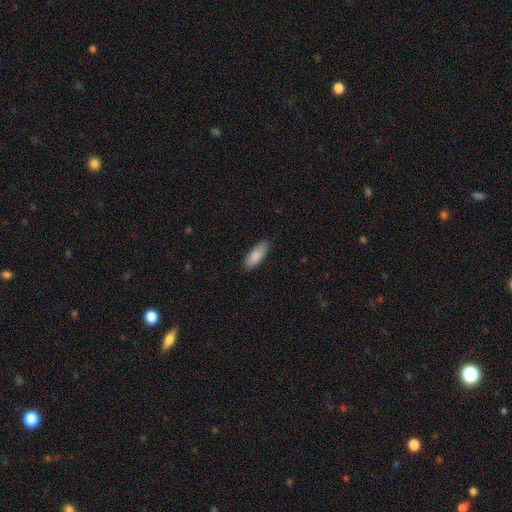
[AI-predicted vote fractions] Q: Smooth or featured?
A: smooth (88%); runner-up: featured or disk (6%)
Q: How rounded?
A: in between (80%); runner-up: cigar-shaped (18%)
Q: Merging?
A: none (85%); runner-up: minor disturbance (12%)